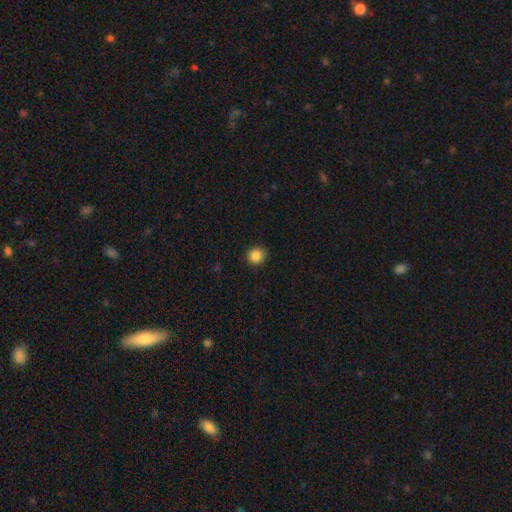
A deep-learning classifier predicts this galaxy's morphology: Smooth or featured: smooth — 87% (star or artifact — 10%)
How rounded: round — 90% (in between — 9%)
Merging: none — 89% (minor disturbance — 8%)